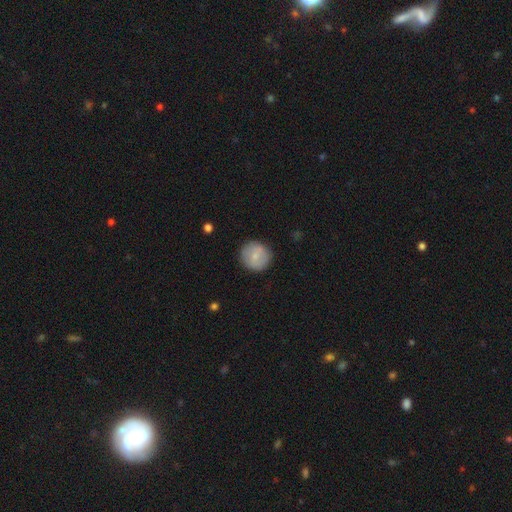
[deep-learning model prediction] A smooth galaxy with no disk features (69%) that is round (93%). Merging: none (87%).